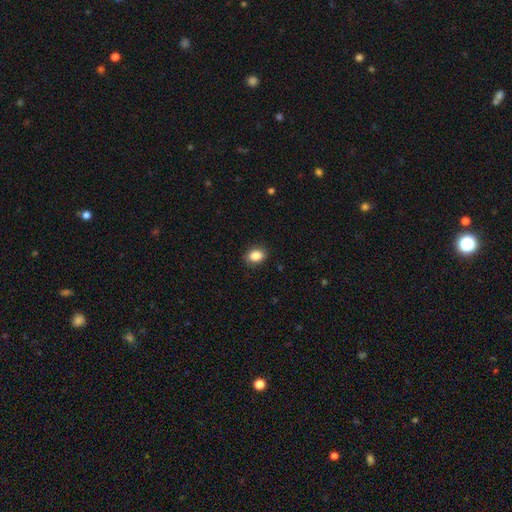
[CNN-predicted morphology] A smooth galaxy with no disk features (87%) that is in between round and cigar-shaped (76%).

Vote fractions:
- Smooth or featured? smooth: 87% / star or artifact: 8% / featured or disk: 5%
- How rounded? in between: 76% / round: 23% / cigar-shaped: 1%
- Merging? none: 88% / minor disturbance: 9% / major disturbance: 2% / merger: 1%